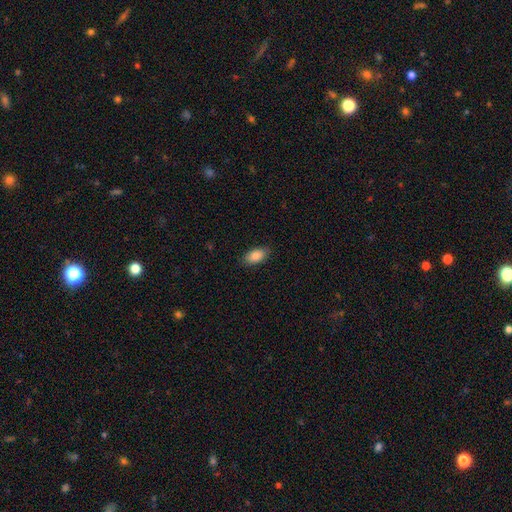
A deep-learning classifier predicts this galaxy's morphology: The model was most divided on "merging": none: 85%, minor disturbance: 11%, major disturbance: 3%, merger: 1%. More confident: how rounded — in between (93%); smooth or featured — smooth (88%).